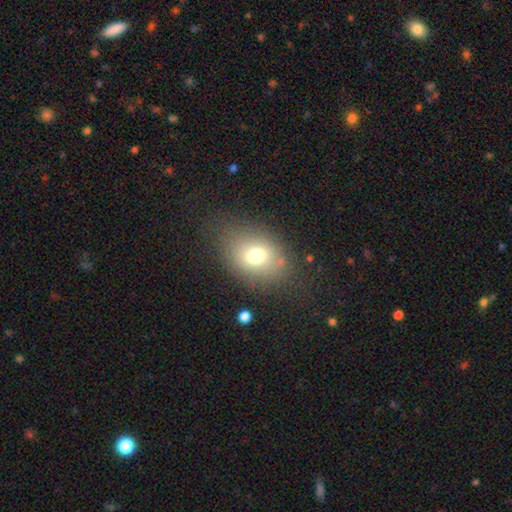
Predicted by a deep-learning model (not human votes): This is likely a smooth galaxy (71%). How rounded: likely in between (65%). Merging: likely none (72%).